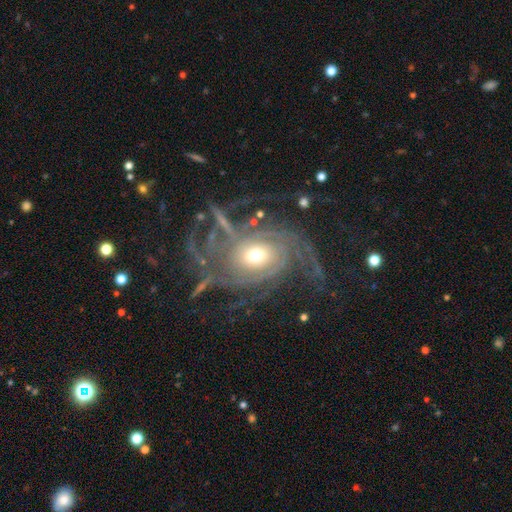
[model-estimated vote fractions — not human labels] The model was most divided on "spiral arm count": can't tell: 26%, 4: 18%, 3: 18%, 2: 15%, more than 4: 14%, 1: 9%. More confident: edge-on disk — no (97%); spiral arms — yes (95%); smooth or featured — featured or disk (88%); bar — no (74%); spiral winding — tight (58%); bulge size — moderate (57%); merging — none (52%).